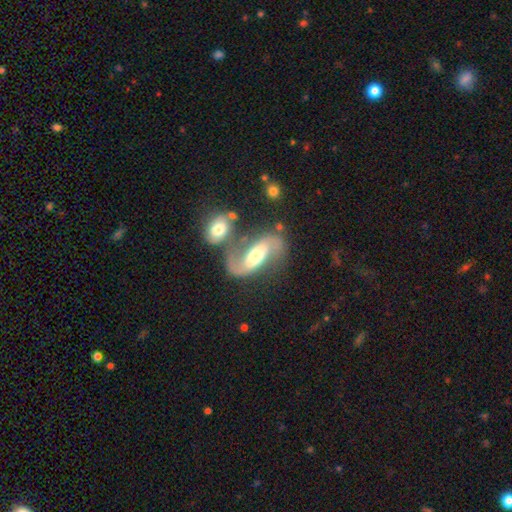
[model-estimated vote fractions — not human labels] The model was most divided on "bar": strong: 39%, weak: 35%, no: 26%. Remaining: edge-on disk — no (94%); spiral arms — yes (92%); spiral arm count — 2 (90%); smooth or featured — featured or disk (81%); bulge size — moderate (64%); spiral winding — loose (57%); merging — none (45%).